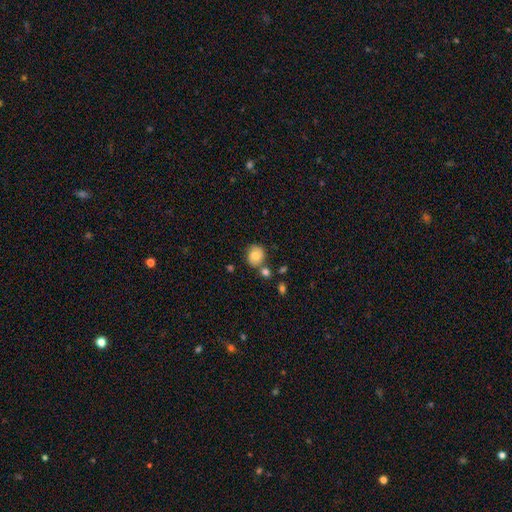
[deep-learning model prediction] Smooth or featured? smooth (76%)
How rounded? round (75%)
Merging? none (69%)